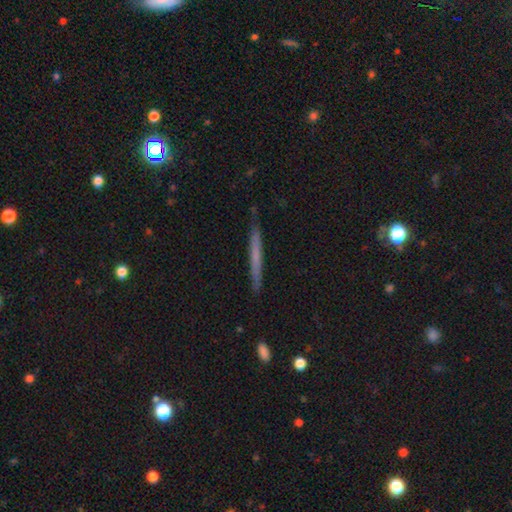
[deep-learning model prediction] Overall: smooth (52%; featured or disk 41%). How rounded: cigar-shaped (96%). Merging: none (88%).